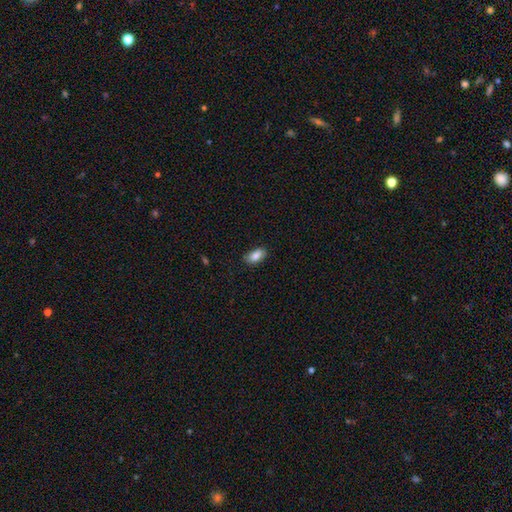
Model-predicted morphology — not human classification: Smooth or featured? Predicted: smooth (p=0.86). How rounded? Predicted: in between (p=0.91). Merging? Predicted: none (p=0.84).